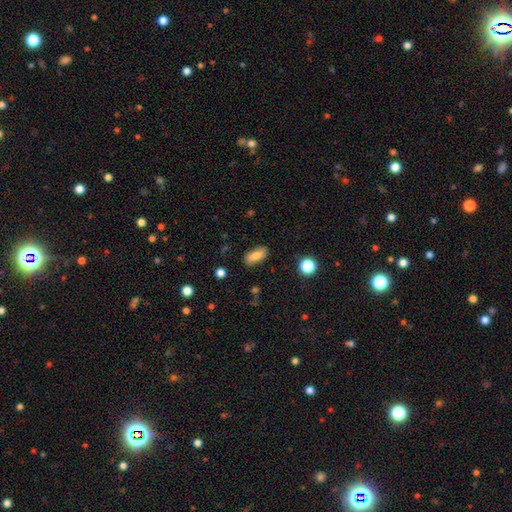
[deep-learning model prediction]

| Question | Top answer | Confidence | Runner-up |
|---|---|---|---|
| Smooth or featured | smooth | 80% | featured or disk (11%) |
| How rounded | in between | 86% | cigar-shaped (10%) |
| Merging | none | 83% | minor disturbance (12%) |